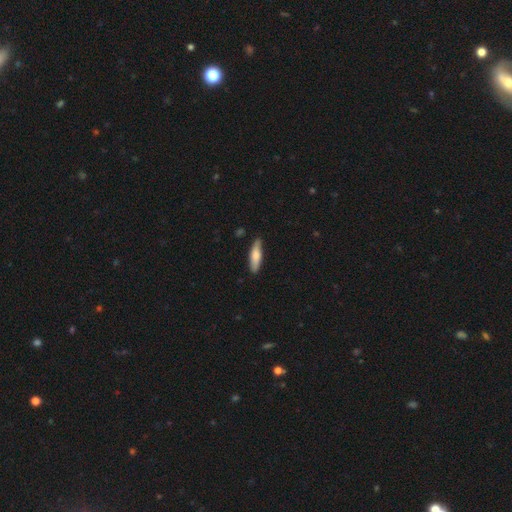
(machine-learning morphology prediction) A smooth galaxy with no disk features (68%) that is cigar-shaped (67%). Merging: none (84%).